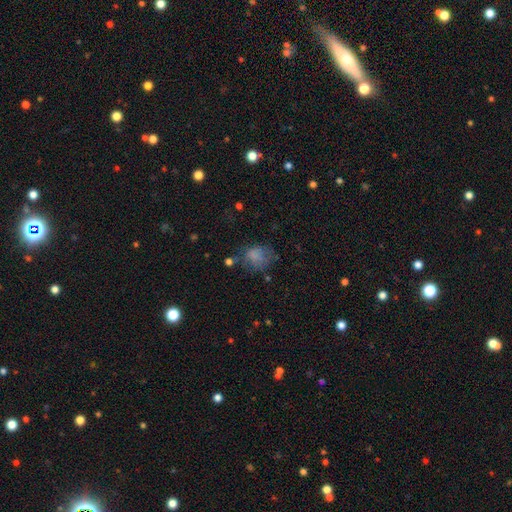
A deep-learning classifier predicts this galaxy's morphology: A smooth galaxy with no disk features (69%) that is in between round and cigar-shaped (51%).

Vote fractions:
- Smooth or featured? smooth: 69% / featured or disk: 17% / star or artifact: 13%
- How rounded? in between: 51% / round: 48% / cigar-shaped: 1%
- Merging? none: 46% / minor disturbance: 26% / major disturbance: 22% / merger: 5%